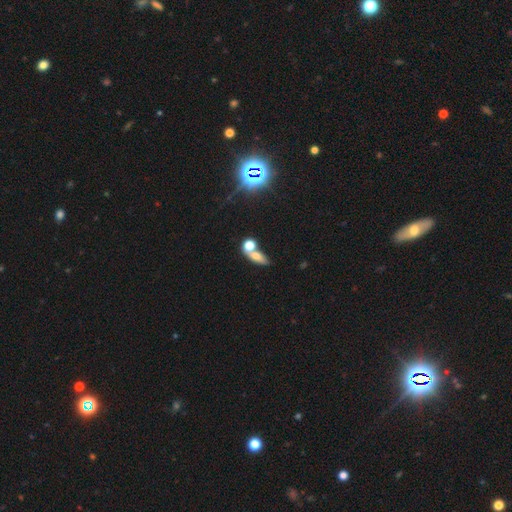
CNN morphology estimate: type=smooth (63%); roundness=in between (63%); merging=merger (45%).